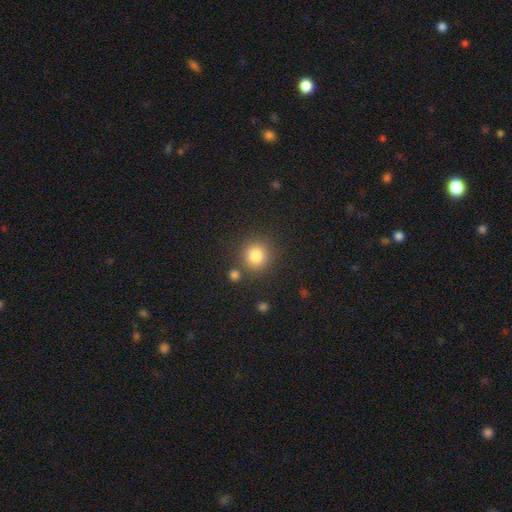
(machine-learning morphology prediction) A smooth galaxy with no disk features (82%) that is round (92%).

Vote fractions:
- Smooth or featured? smooth: 82% / star or artifact: 11% / featured or disk: 6%
- How rounded? round: 92% / in between: 7% / cigar-shaped: 1%
- Merging? none: 81% / minor disturbance: 8% / merger: 7% / major disturbance: 4%